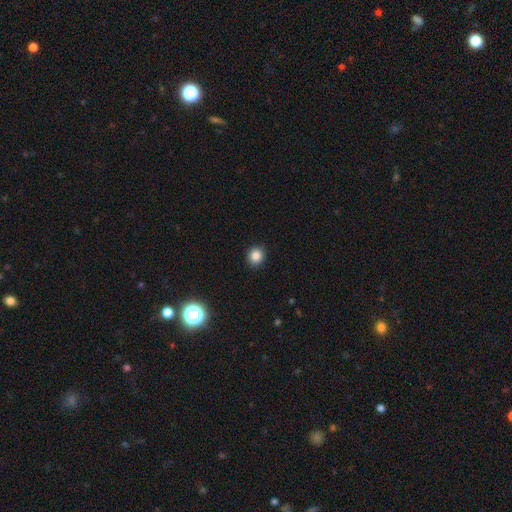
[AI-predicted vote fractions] smooth 84%, star or artifact 11%, featured or disk 4%. Down the decision tree: how rounded — round (81%); merging — none (91%).